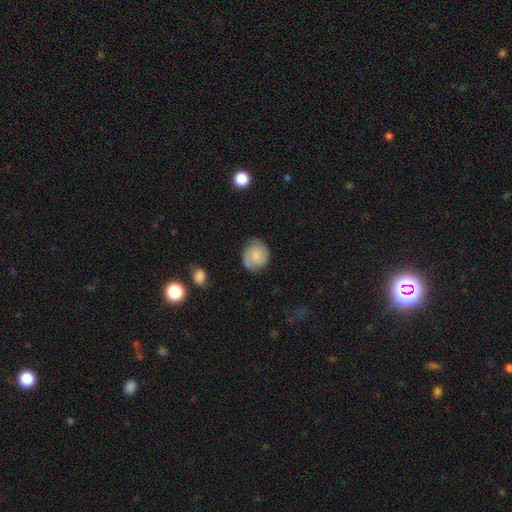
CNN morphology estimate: smooth 56%, featured or disk 36%, star or artifact 8%. Down the decision tree: how rounded — round (79%); merging — none (74%).